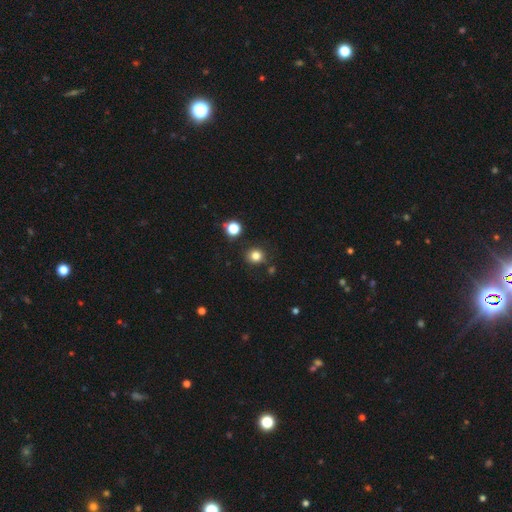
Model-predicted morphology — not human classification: smooth-or-featured: smooth: 81% | star or artifact: 14% | featured or disk: 5%
  how-rounded: round: 88% | in between: 11% | cigar-shaped: 1%
  merging: none: 85% | minor disturbance: 9% | merger: 4% | major disturbance: 3%